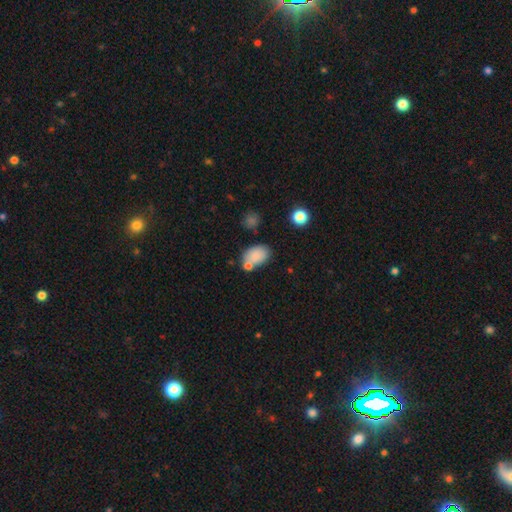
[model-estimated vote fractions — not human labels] smooth 83%, star or artifact 9%, featured or disk 8%. Down the decision tree: how rounded — in between (86%); merging — none (61%).